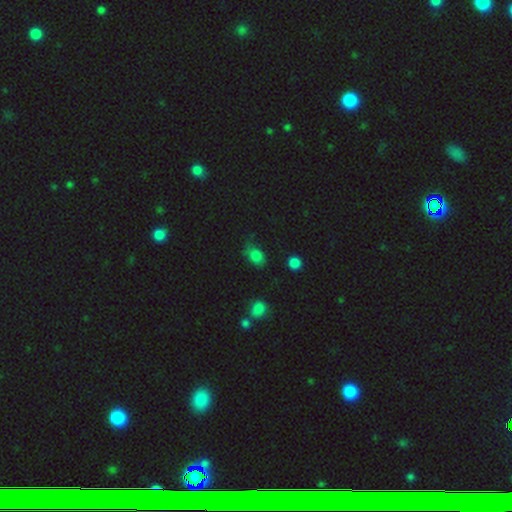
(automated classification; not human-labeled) This appears to be a smooth galaxy with no disk features (79%) that is in between round and cigar-shaped (68%). Merging: none (58%).